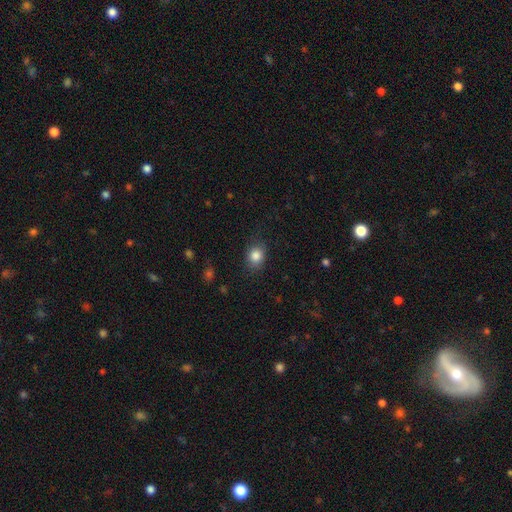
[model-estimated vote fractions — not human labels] Morphology: type=smooth (85%); roundness=round (57%); merging=none (81%).